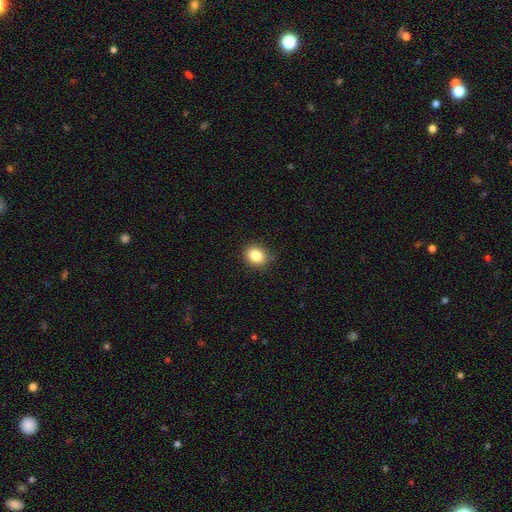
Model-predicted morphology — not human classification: Overall: smooth (84%). How rounded: round (65%; in between 34%). Merging: none (84%).